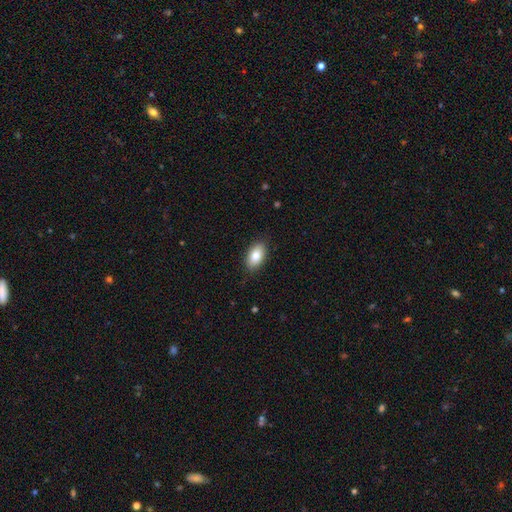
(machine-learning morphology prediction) This is clearly a smooth galaxy (81%). How rounded: clearly in between (92%). Merging: clearly none (87%).